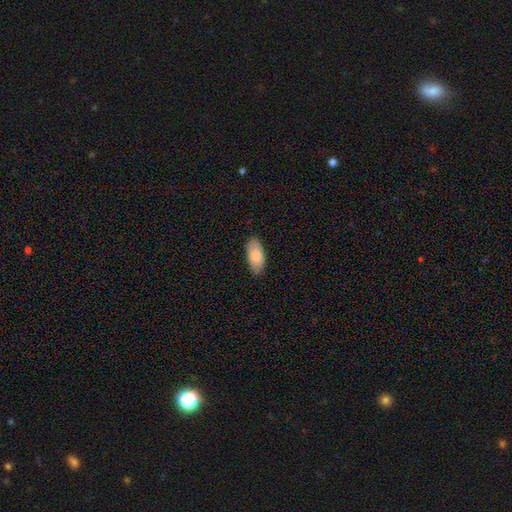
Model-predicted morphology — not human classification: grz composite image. It shows a smooth galaxy with no disk features (81%) that is in between round and cigar-shaped (91%). Merging: none (87%).